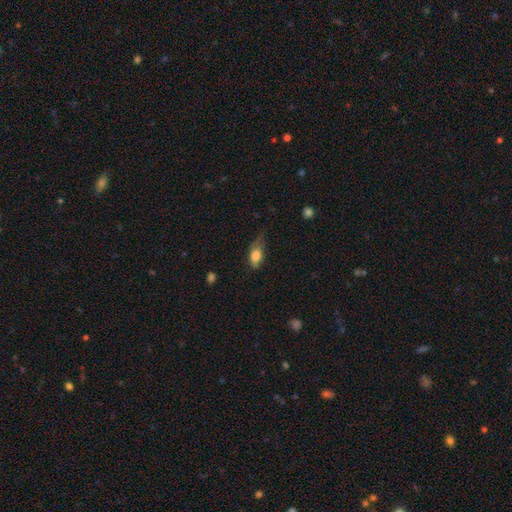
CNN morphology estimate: Overall: smooth (75%). How rounded: in between (81%). Merging: minor disturbance (39%; none 30%).